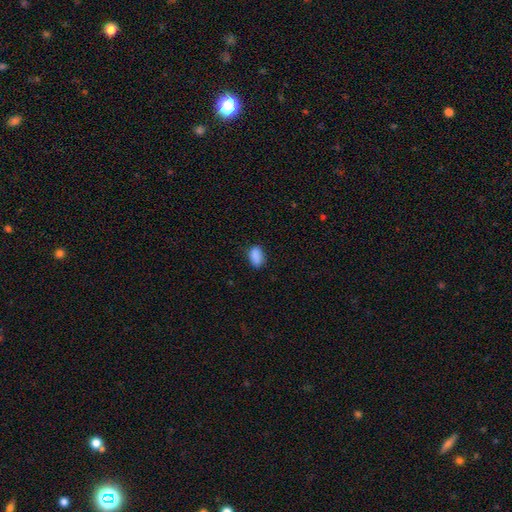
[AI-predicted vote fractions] A smooth galaxy with no disk features (88%) that is in between round and cigar-shaped (89%).

Vote fractions:
- Smooth or featured? smooth: 88% / star or artifact: 8% / featured or disk: 3%
- How rounded? in between: 89% / round: 9% / cigar-shaped: 2%
- Merging? none: 80% / minor disturbance: 16% / major disturbance: 3% / merger: 1%